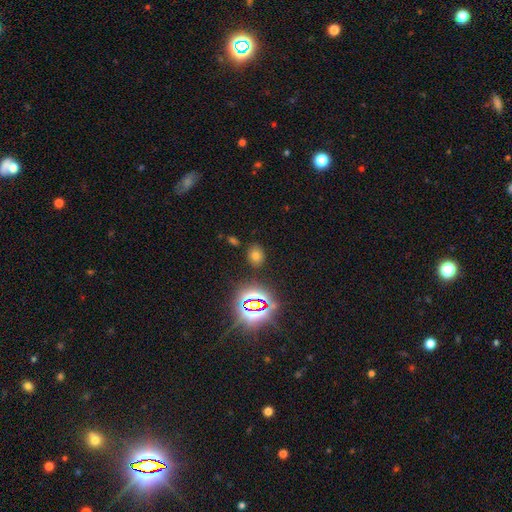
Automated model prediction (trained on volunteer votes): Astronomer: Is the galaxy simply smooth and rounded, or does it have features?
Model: smooth — 63%.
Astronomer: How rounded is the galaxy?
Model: round — 54% (runner-up: in between, 44%).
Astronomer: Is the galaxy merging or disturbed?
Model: none — 84%.